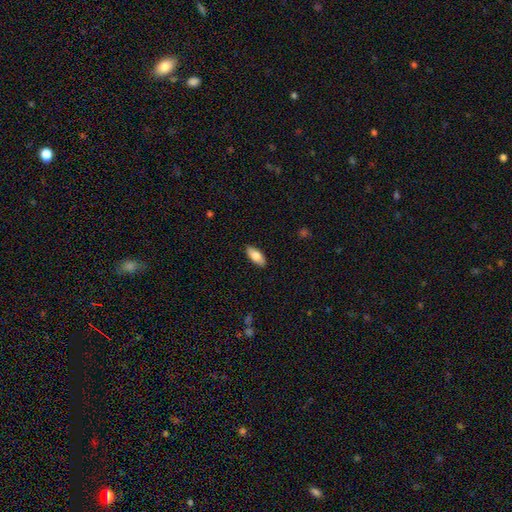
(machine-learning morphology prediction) smooth-or-featured: smooth: 78% | featured or disk: 16% | star or artifact: 6%
  how-rounded: in between: 84% | cigar-shaped: 14% | round: 2%
  merging: none: 87% | minor disturbance: 10% | major disturbance: 2% | merger: 1%